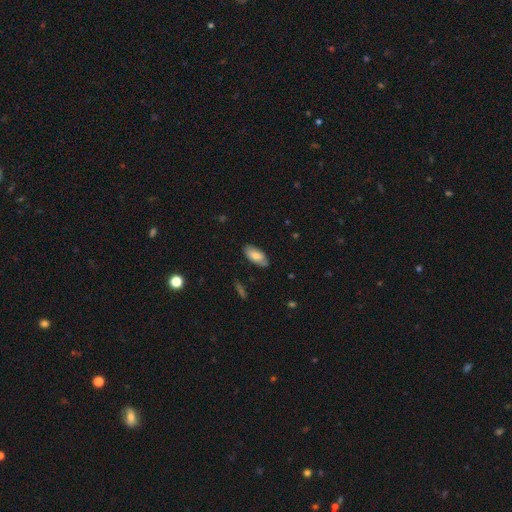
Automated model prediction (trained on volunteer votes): A smooth galaxy with no disk features (74%) that is in between round and cigar-shaped (91%). Merging: none (81%).